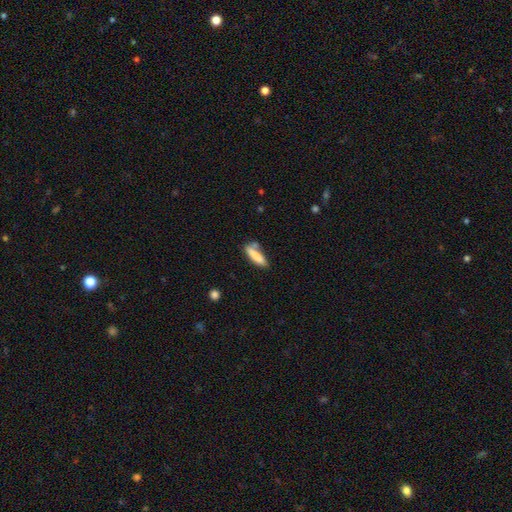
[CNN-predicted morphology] Smooth or featured: smooth — 82% (featured or disk — 12%)
How rounded: cigar-shaped — 66% (in between — 32%)
Merging: none — 59% (minor disturbance — 21%)